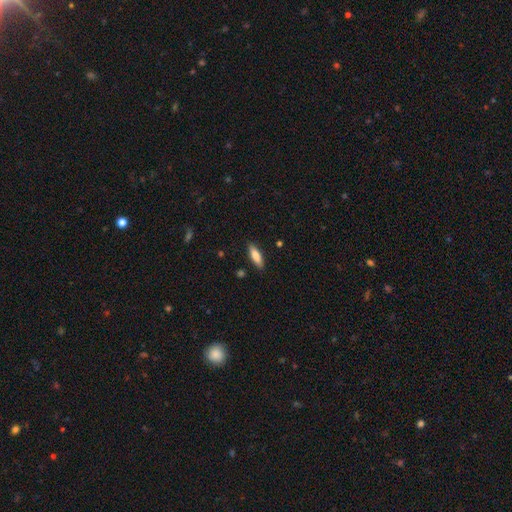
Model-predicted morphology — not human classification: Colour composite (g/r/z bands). It shows a smooth galaxy with no disk features (80%) that is cigar-shaped (54%). Merging: none (87%).